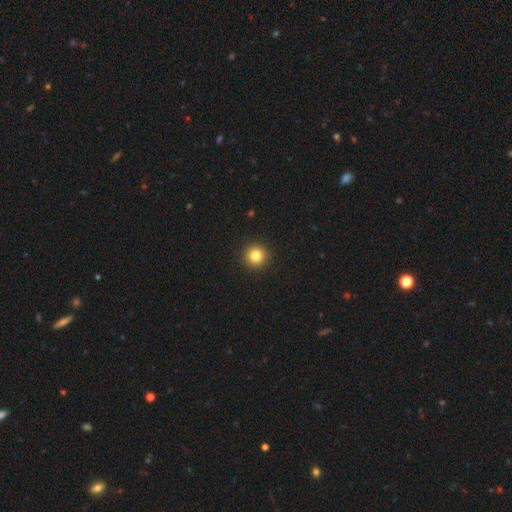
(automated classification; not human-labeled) smooth 83%, star or artifact 11%, featured or disk 6%. Down the decision tree: how rounded — round (95%); merging — none (93%).